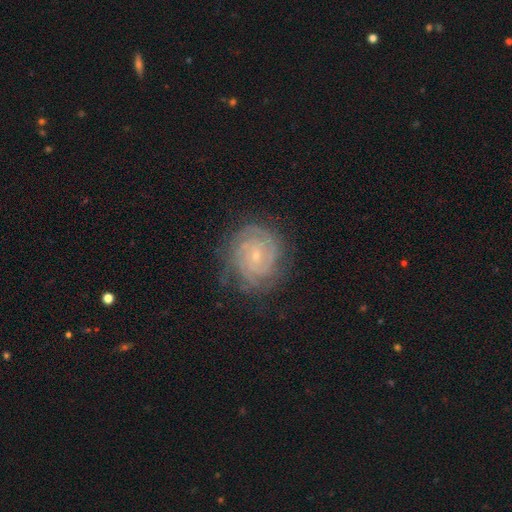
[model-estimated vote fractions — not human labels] Q: Smooth or featured?
A: featured or disk (84%); runner-up: smooth (9%)
Q: Edge-on disk?
A: no (98%); runner-up: yes (2%)
Q: Bar?
A: no (68%); runner-up: weak (26%)
Q: Spiral arms?
A: yes (97%); runner-up: no (3%)
Q: Spiral winding?
A: tight (80%); runner-up: medium (17%)
Q: Spiral arm count?
A: can't tell (28%); runner-up: 2 (25%)
Q: Bulge size?
A: small (81%); runner-up: moderate (15%)
Q: Merging?
A: none (79%); runner-up: minor disturbance (15%)